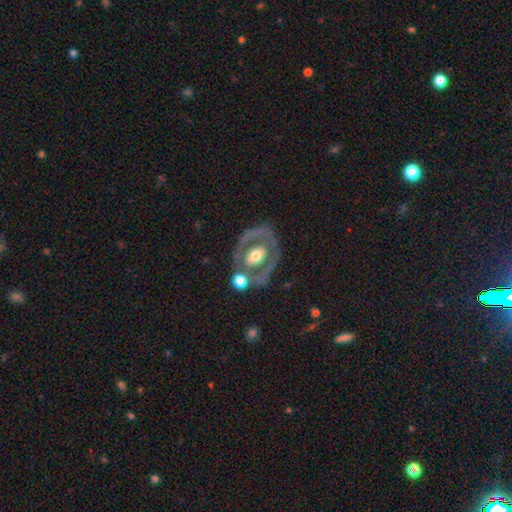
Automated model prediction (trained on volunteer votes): This is likely a featured or disk galaxy (64%). It is clearly not viewed edge-on (93%). Bar: likely no (71%). Spiral arm pattern: likely no (78%). Central bulge: likely moderate (62%). Merging: possibly none (58%).